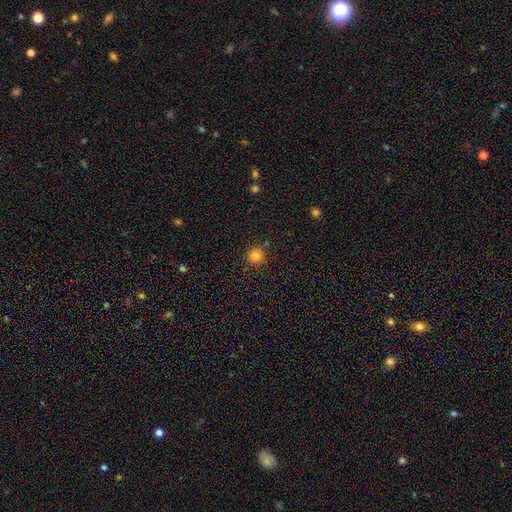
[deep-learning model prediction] This is clearly a smooth galaxy (83%). How rounded: clearly round (92%). Merging: clearly none (83%).